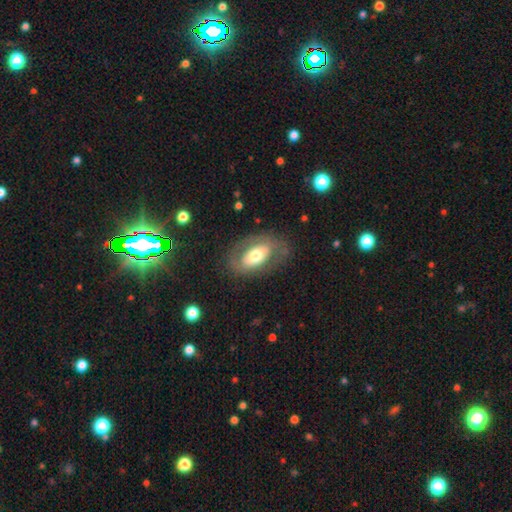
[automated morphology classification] Smooth or featured? featured or disk (50%)
Edge-on disk? no (90%)
Merging? none (72%)